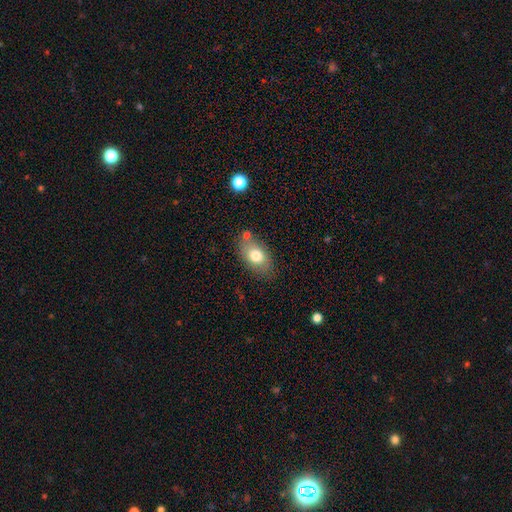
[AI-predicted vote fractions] A smooth galaxy with no disk features (76%) that is in between round and cigar-shaped (87%).

Vote fractions:
- Smooth or featured? smooth: 76% / featured or disk: 16% / star or artifact: 8%
- How rounded? in between: 87% / round: 10% / cigar-shaped: 2%
- Merging? none: 70% / minor disturbance: 17% / merger: 9% / major disturbance: 4%